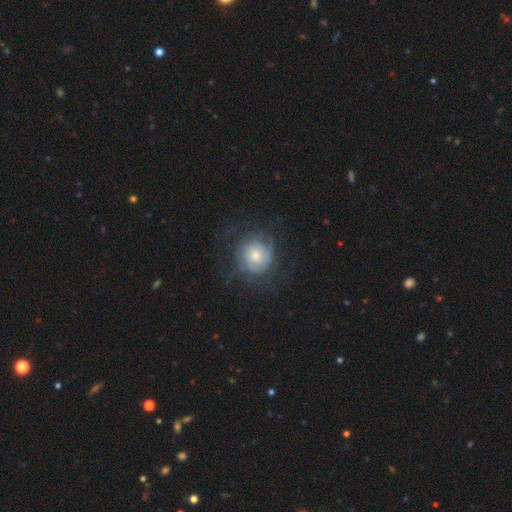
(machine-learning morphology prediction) Smooth or featured? Predicted: featured or disk (p=0.51). Edge-on disk? Predicted: no (p=0.97). Merging? Predicted: none (p=0.61).